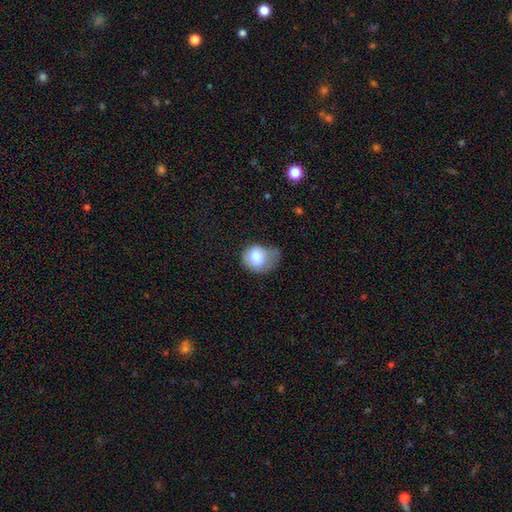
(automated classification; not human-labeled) This appears to be a smooth galaxy with no disk features (77%) that is round (63%). Merging: minor disturbance (42%).